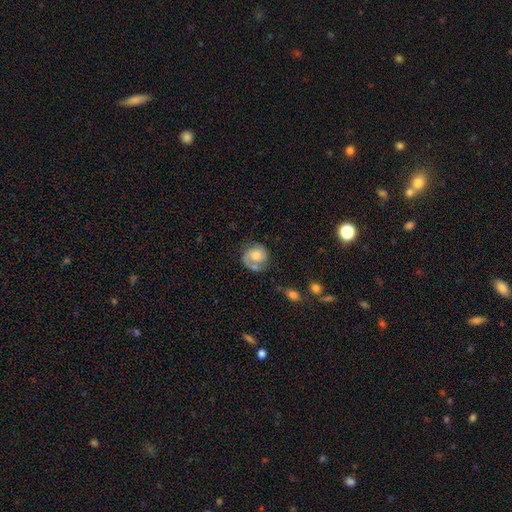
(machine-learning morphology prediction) A featured or disk galaxy (59%) with no bar (74%), spiral arms (85%) and a moderate central bulge (57%). Merging: none (54%).